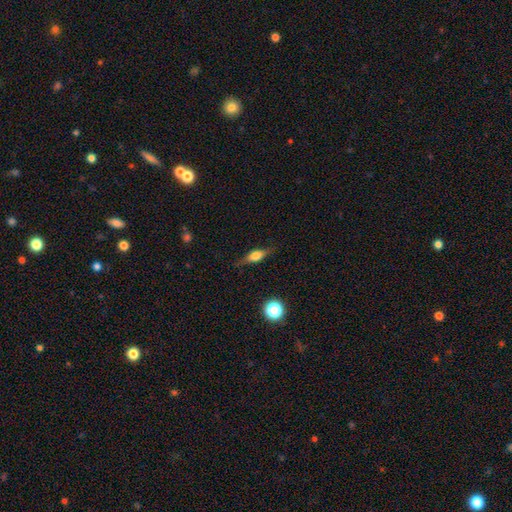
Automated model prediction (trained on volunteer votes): This is possibly a featured or disk galaxy (54%). It is clearly viewed edge-on (93%). Edge-on bulge: clearly rounded (87%). Merging: likely none (80%).